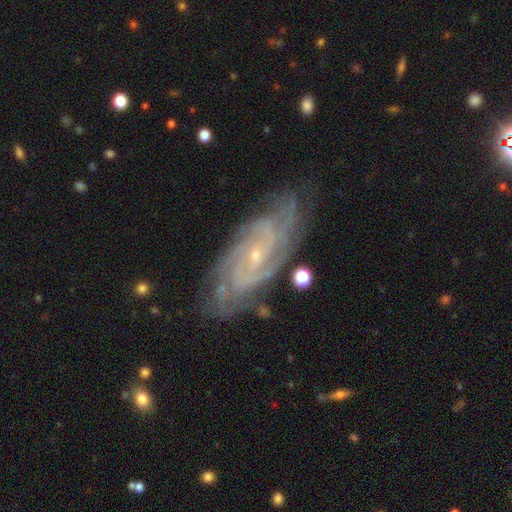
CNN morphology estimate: This is clearly a featured or disk galaxy (89%). It is clearly not viewed edge-on (94%). Bar: possibly no (59%). Spiral arm pattern: clearly yes (98%). Spiral arm count: marginally can't tell (23%). Spiral winding: likely tight (69%). Central bulge: clearly small (80%). Merging: likely none (77%).